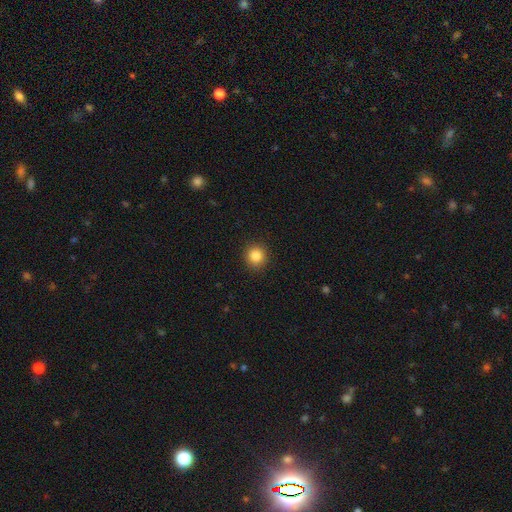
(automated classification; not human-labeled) smooth-or-featured: smooth: 85% | star or artifact: 10% | featured or disk: 4%
  how-rounded: round: 91% | in between: 8% | cigar-shaped: 1%
  merging: none: 92% | minor disturbance: 6% | major disturbance: 2% | merger: 1%